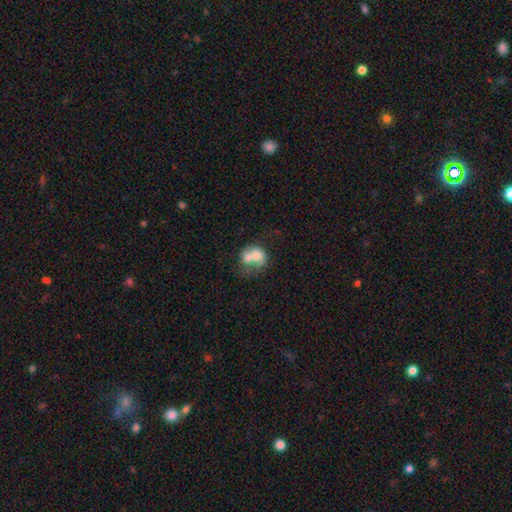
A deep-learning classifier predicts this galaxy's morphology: smooth-or-featured: smooth: 60% | featured or disk: 32% | star or artifact: 8%
  how-rounded: round: 57% | in between: 42% | cigar-shaped: 1%
  merging: merger: 70% | none: 16% | minor disturbance: 8% | major disturbance: 6%